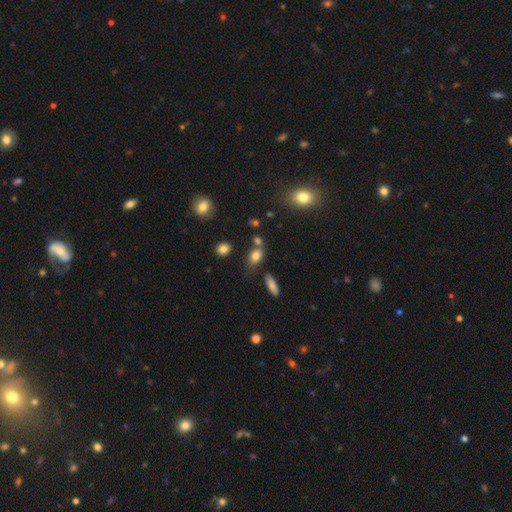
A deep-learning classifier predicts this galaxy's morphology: smooth_or_featured: smooth (p=0.79) [alt: star or artifact p=0.12]
how_rounded: in between (p=0.76) [alt: round p=0.20]
merging: none (p=0.60) [alt: merger p=0.18]